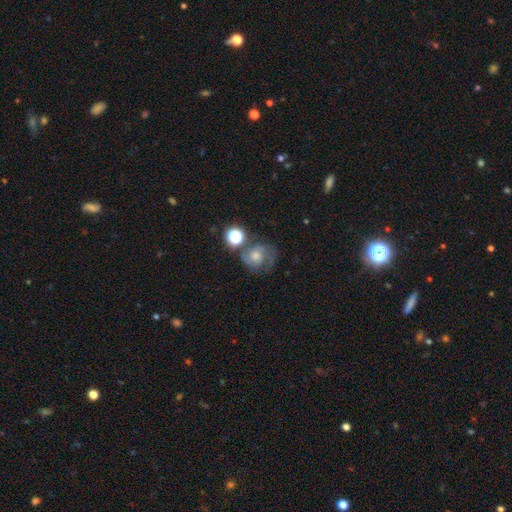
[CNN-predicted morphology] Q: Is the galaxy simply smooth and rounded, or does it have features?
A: featured or disk — 55%.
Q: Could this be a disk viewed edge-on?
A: no — 97%.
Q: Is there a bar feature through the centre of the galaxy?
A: no — 69%.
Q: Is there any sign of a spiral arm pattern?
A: yes — 86%.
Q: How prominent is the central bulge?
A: moderate — 57%.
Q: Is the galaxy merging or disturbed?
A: none — 65%.